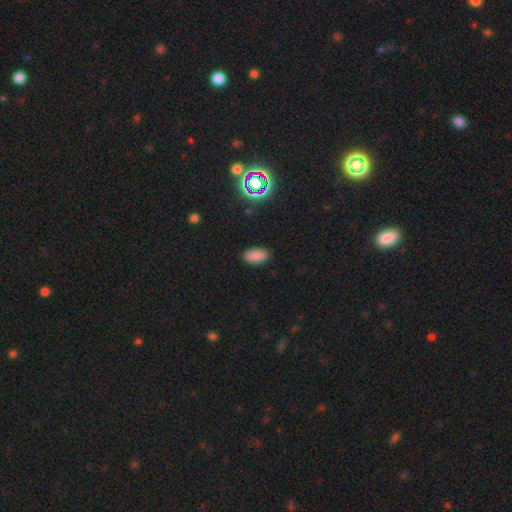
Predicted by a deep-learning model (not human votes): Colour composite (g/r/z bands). It shows a smooth galaxy with no disk features (84%) that is in between round and cigar-shaped (93%). Merging: none (88%).